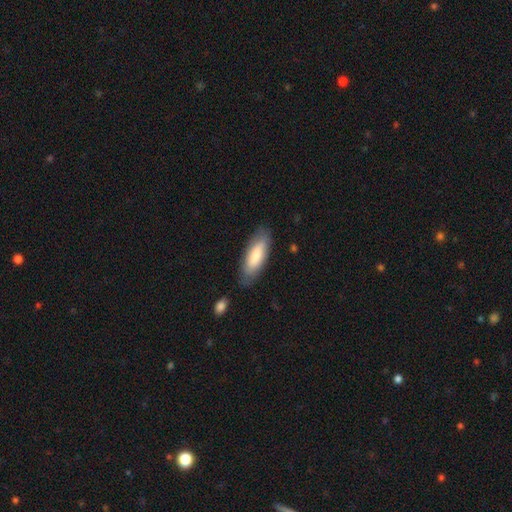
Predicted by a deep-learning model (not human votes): A smooth galaxy with no disk features (79%) that is in between round and cigar-shaped (65%).

Vote fractions:
- Smooth or featured? smooth: 79% / featured or disk: 16% / star or artifact: 5%
- How rounded? in between: 65% / cigar-shaped: 34% / round: 2%
- Merging? none: 80% / minor disturbance: 14% / major disturbance: 3% / merger: 2%